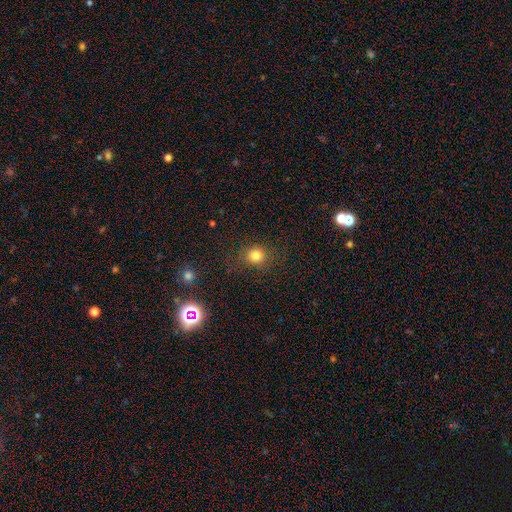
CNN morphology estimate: This appears to be a smooth galaxy with no disk features (80%) that is round (81%). Merging: none (82%).